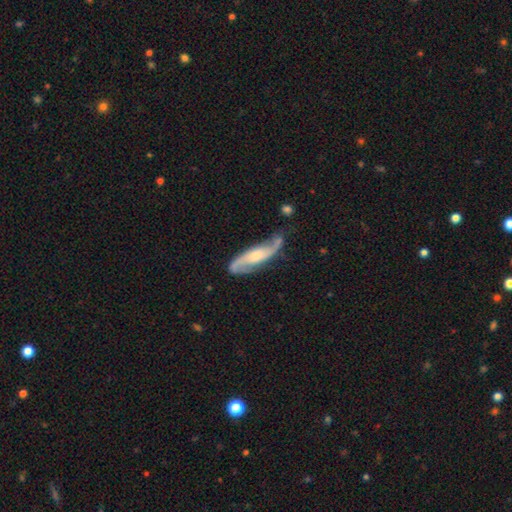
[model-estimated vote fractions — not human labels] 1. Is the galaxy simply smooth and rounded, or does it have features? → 79% featured or disk, 16% smooth, 6% star or artifact.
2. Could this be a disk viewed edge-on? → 81% no, 19% yes.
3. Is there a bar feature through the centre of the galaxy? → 50% no, 35% weak, 14% strong.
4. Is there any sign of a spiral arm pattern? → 95% yes, 5% no.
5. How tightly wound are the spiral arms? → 47% loose, 38% medium, 15% tight.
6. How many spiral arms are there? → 90% 2, 5% can't tell, 2% 1, 1% 3, 1% 4, 1% more than 4.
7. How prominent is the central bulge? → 44% moderate, 35% small, 10% large, 9% none, 2% dominant.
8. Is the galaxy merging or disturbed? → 66% none, 21% minor disturbance, 7% major disturbance, 6% merger.